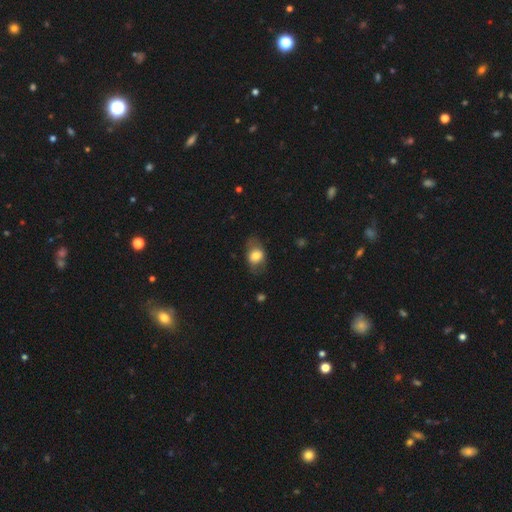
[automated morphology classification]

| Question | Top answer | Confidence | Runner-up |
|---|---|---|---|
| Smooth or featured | smooth | 68% | featured or disk (24%) |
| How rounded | in between | 69% | round (30%) |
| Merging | none | 70% | minor disturbance (19%) |